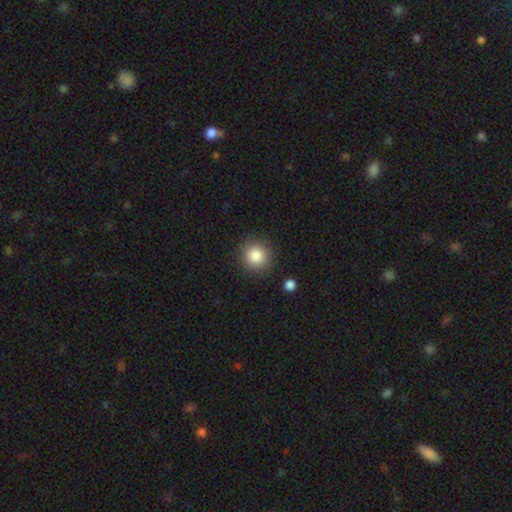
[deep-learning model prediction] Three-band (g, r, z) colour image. It shows a smooth galaxy with no disk features (85%) that is round (91%). Merging: none (89%).